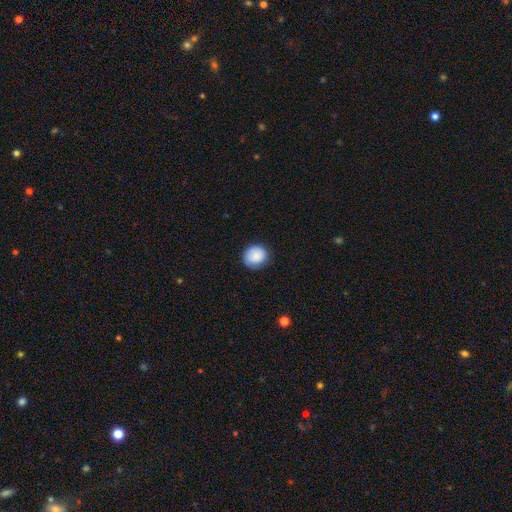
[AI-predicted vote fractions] Q: Smooth or featured?
A: smooth (83%); runner-up: featured or disk (10%)
Q: How rounded?
A: round (84%); runner-up: in between (15%)
Q: Merging?
A: none (77%); runner-up: minor disturbance (17%)